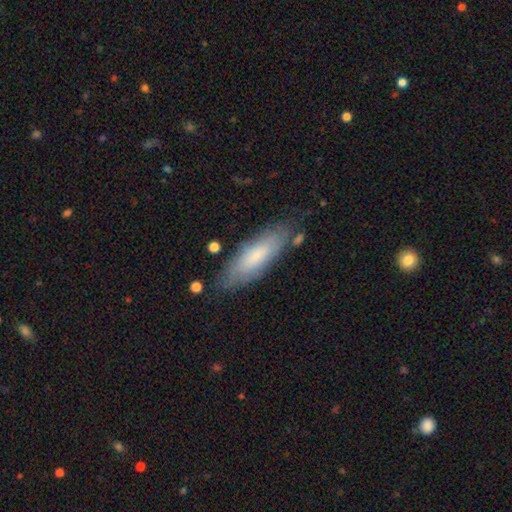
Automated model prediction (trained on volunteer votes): This is likely a smooth galaxy (70%). How rounded: possibly in between (52%). Merging: likely none (75%).